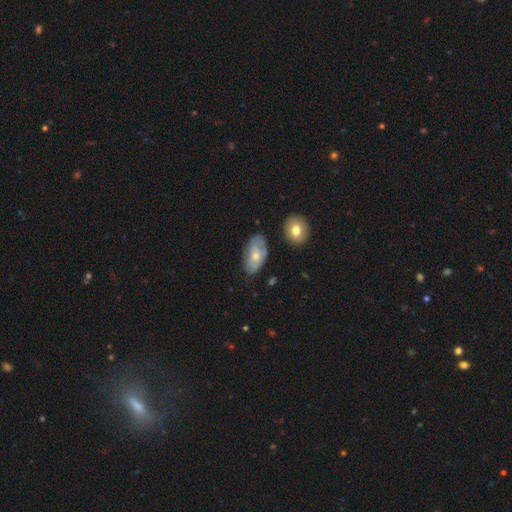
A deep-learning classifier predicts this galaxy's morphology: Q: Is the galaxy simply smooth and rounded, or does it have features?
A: smooth — 56%.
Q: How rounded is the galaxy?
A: in between — 92%.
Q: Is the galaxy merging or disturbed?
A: none — 67%.